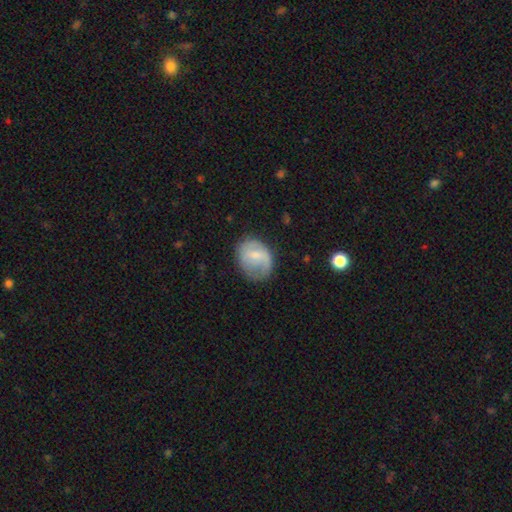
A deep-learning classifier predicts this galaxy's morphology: This is possibly a smooth galaxy (50%). How rounded: possibly in between (51%). Merging: possibly none (56%).